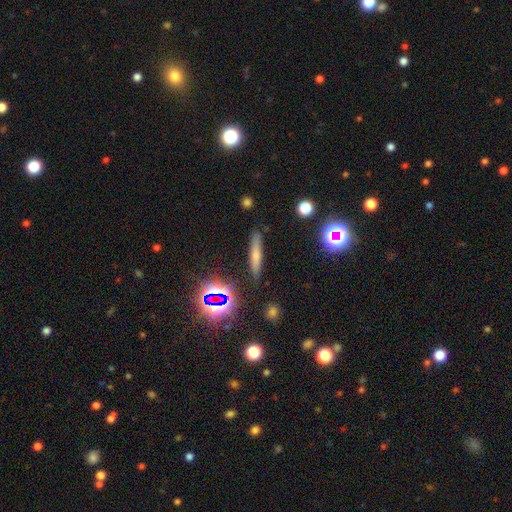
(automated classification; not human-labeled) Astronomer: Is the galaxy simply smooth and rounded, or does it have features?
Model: smooth — 60%.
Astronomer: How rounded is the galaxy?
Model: cigar-shaped — 87%.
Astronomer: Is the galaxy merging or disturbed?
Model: none — 85%.